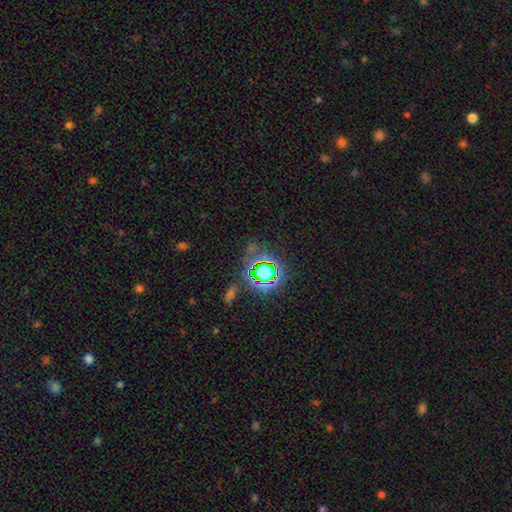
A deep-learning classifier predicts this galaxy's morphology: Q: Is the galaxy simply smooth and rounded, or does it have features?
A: star or artifact — 76%.